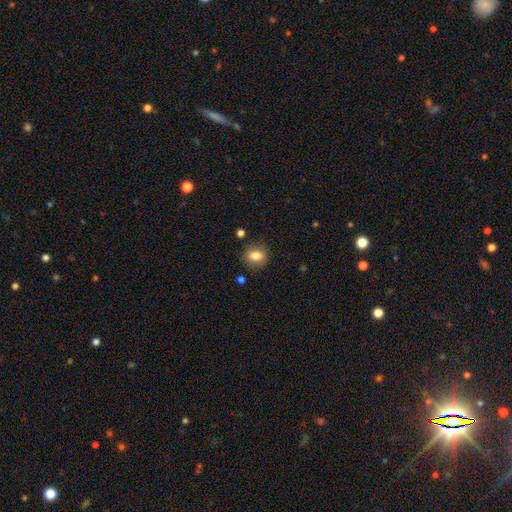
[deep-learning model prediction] A smooth galaxy with no disk features (80%) that is round (51%). Merging: none (83%).